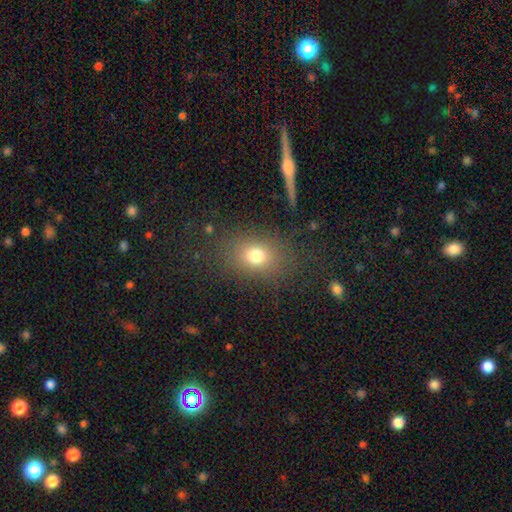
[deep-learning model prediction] Smooth or featured: smooth — 75% (star or artifact — 15%)
How rounded: in between — 58% (round — 40%)
Merging: none — 80% (minor disturbance — 11%)